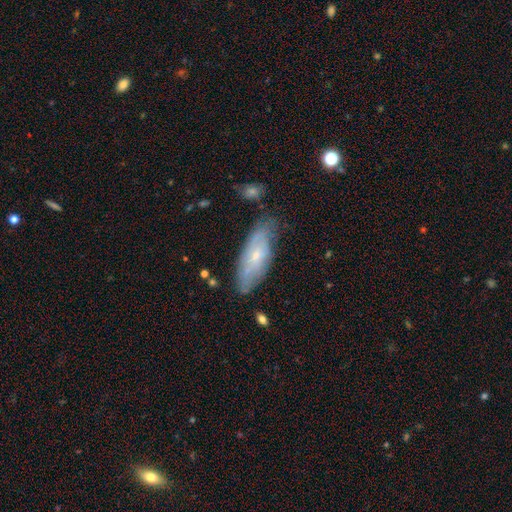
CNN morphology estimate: Smooth or featured?
  - featured or disk: 50% *
  - smooth: 43%
  - star or artifact: 7%
Merging?
  - none: 68% *
  - minor disturbance: 24%
  - major disturbance: 6%
  - merger: 3%